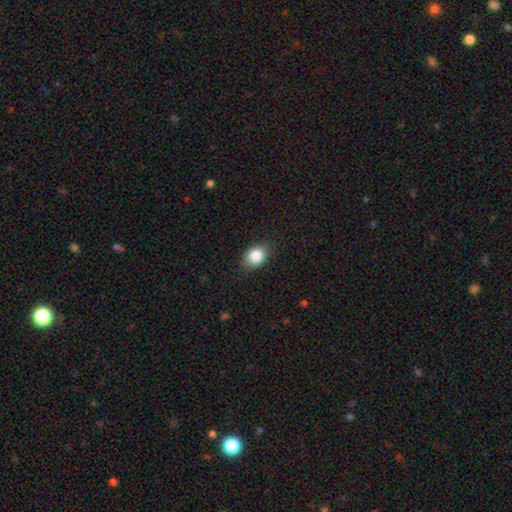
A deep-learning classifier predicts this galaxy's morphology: smooth_or_featured: smooth (p=0.84) [alt: star or artifact p=0.09]
how_rounded: in between (p=0.69) [alt: round p=0.30]
merging: none (p=0.85) [alt: minor disturbance p=0.12]